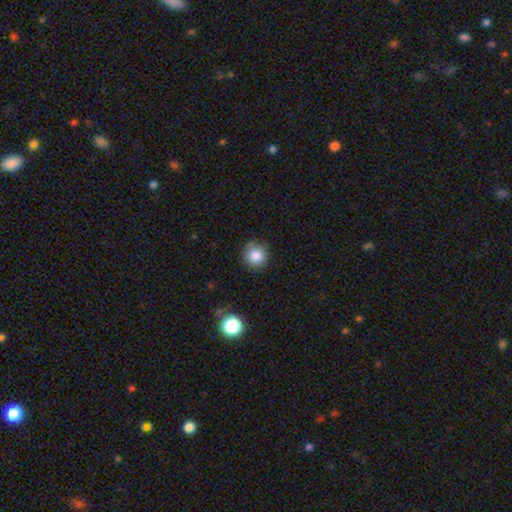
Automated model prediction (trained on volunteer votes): A smooth galaxy with no disk features (84%) that is round (93%). Merging: none (82%).